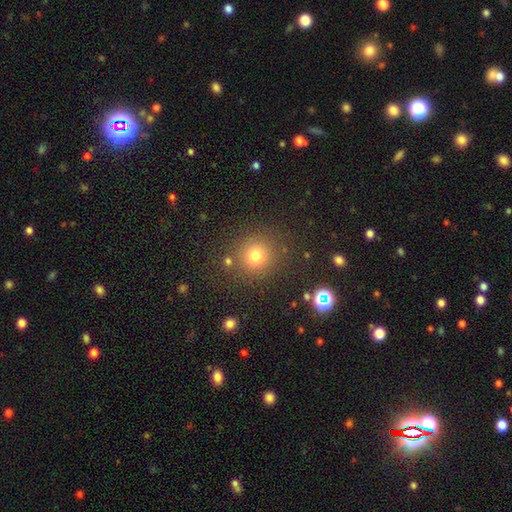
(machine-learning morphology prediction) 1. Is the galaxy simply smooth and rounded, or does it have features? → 75% smooth, 18% star or artifact, 7% featured or disk.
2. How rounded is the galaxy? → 90% round, 9% in between, 1% cigar-shaped.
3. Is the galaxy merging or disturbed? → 82% none, 9% minor disturbance, 5% merger, 4% major disturbance.